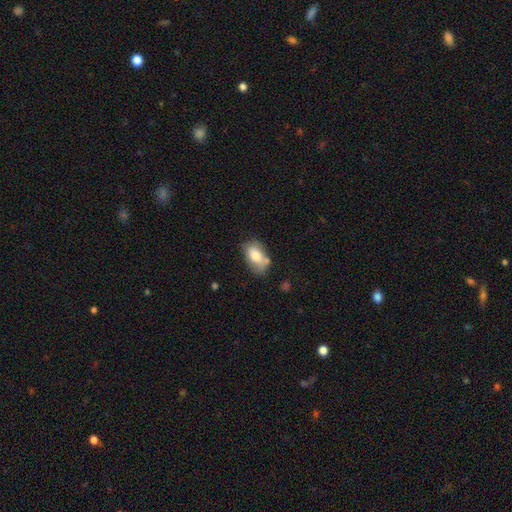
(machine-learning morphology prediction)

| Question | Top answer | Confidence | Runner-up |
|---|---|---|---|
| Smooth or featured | smooth | 75% | featured or disk (17%) |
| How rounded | in between | 89% | round (9%) |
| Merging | none | 54% | minor disturbance (28%) |